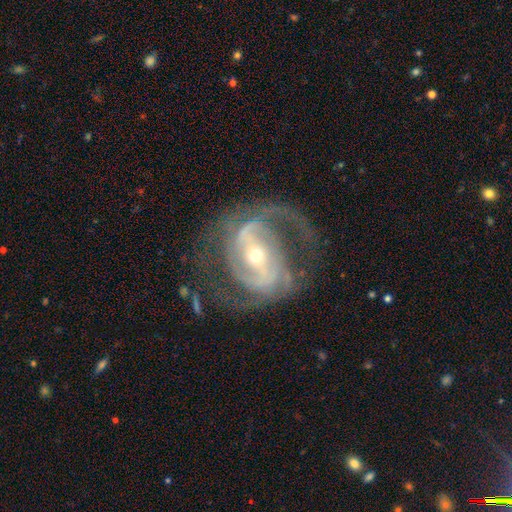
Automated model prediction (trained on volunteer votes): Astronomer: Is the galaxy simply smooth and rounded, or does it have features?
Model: featured or disk — 89%.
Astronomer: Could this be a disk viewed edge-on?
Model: no — 97%.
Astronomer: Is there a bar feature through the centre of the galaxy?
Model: strong — 49% (runner-up: weak, 33%).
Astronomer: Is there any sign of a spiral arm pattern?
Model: yes — 95%.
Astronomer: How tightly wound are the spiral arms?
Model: medium — 50% (runner-up: tight, 30%).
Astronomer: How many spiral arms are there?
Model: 2 — 63%.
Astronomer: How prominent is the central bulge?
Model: small — 64%.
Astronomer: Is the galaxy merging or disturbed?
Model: none — 60%.